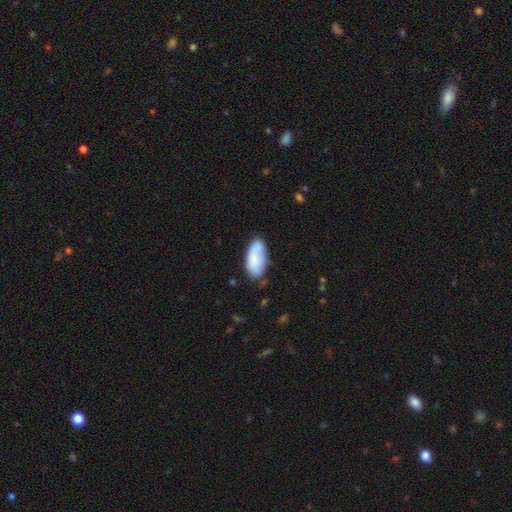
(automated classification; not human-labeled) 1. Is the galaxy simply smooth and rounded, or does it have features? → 78% smooth, 15% featured or disk, 7% star or artifact.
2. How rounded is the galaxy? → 92% in between, 6% cigar-shaped, 2% round.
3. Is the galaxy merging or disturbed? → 63% none, 26% minor disturbance, 7% major disturbance, 5% merger.